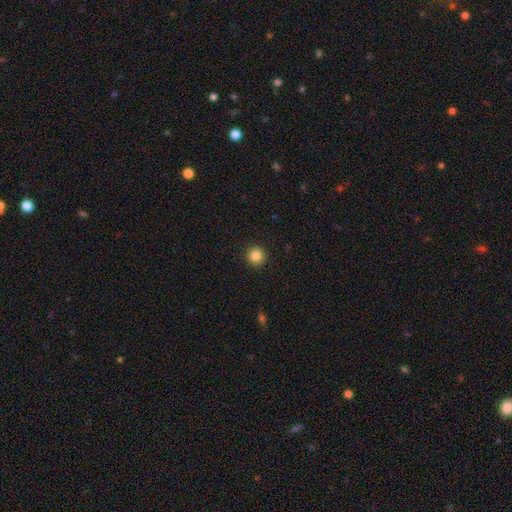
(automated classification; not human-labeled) Smooth or featured: smooth — 85% (star or artifact — 11%)
How rounded: round — 96% (in between — 3%)
Merging: none — 93% (minor disturbance — 5%)